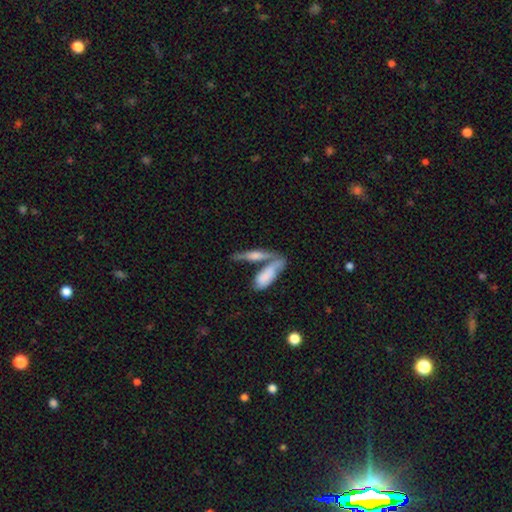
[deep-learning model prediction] Smooth or featured: smooth — 56% (featured or disk — 37%)
How rounded: cigar-shaped — 66% (in between — 31%)
Merging: none — 41% (tied with merger — 41%)